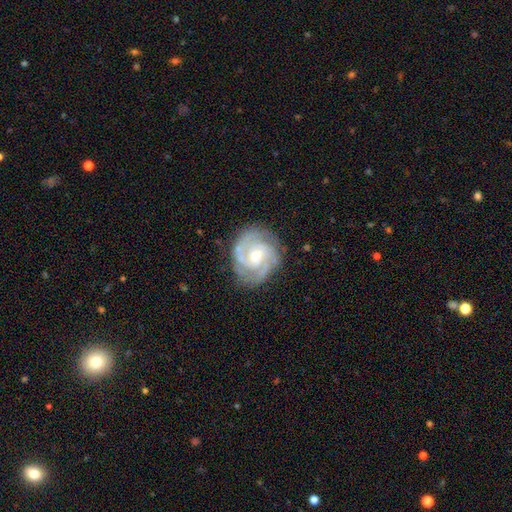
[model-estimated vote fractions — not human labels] Morphology: type=featured or disk (90%); edge-on=no (98%); bar=no (54%); spiral arms=yes (98%); winding=tight (57%); arm count=3 (42%); bulge=small (49%); merging=none (81%).